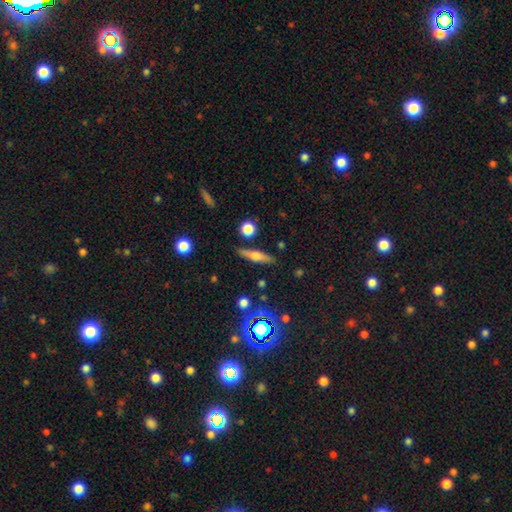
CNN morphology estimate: Smooth or featured: smooth — 47% (featured or disk — 44%)
Merging: none — 83% (minor disturbance — 11%)